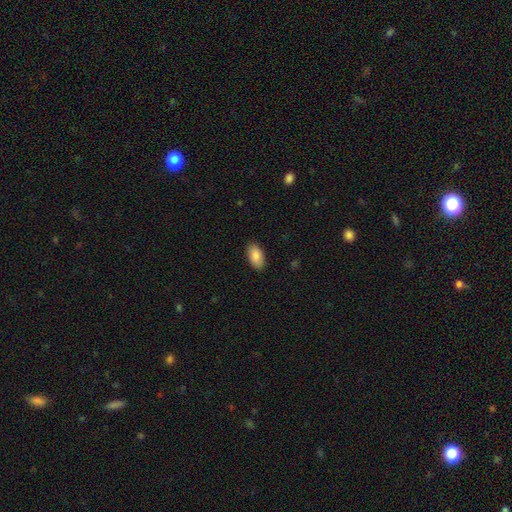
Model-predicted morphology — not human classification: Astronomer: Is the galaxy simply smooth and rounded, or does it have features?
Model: smooth — 88%.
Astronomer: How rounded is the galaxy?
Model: in between — 95%.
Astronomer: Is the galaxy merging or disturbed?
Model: none — 88%.